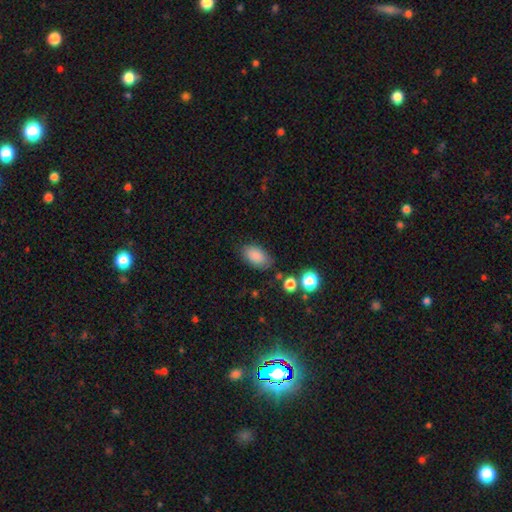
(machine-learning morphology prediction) smooth_or_featured: smooth (p=0.86) [alt: star or artifact p=0.08]
how_rounded: in between (p=0.93) [alt: round p=0.05]
merging: none (p=0.78) [alt: minor disturbance p=0.14]